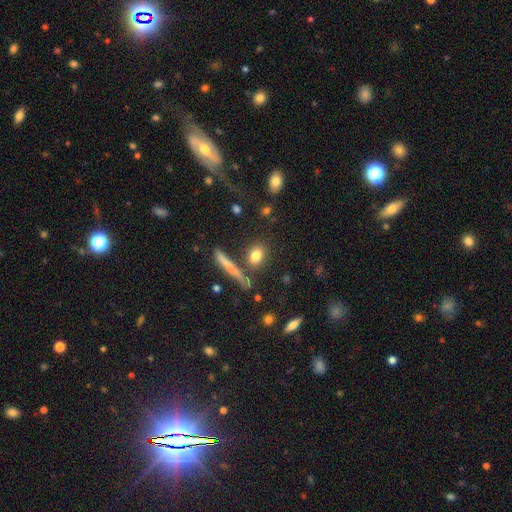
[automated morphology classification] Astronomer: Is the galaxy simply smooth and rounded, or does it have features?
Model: smooth — 79%.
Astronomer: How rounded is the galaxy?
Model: round — 45% (runner-up: in between, 42%).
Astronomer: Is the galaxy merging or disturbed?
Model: none — 76%.